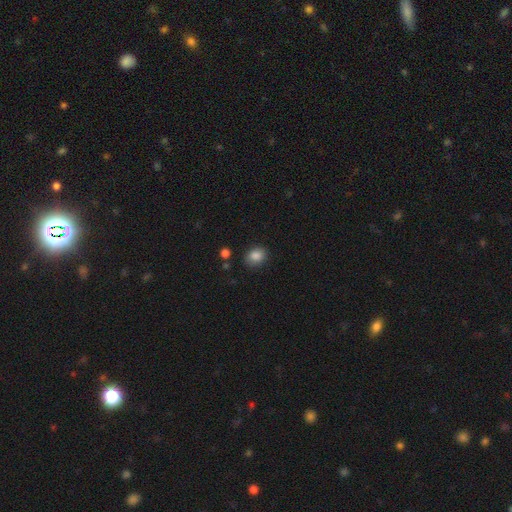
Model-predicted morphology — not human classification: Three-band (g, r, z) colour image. It shows a smooth galaxy with no disk features (86%) that is in between round and cigar-shaped (53%). Merging: none (84%).